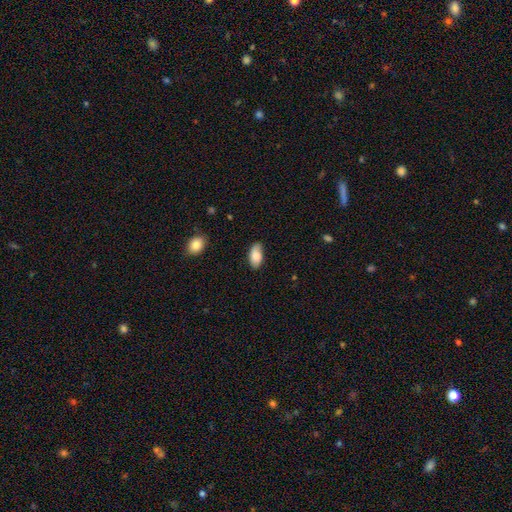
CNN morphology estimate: Smooth or featured? smooth (85%)
How rounded? in between (93%)
Merging? none (77%)